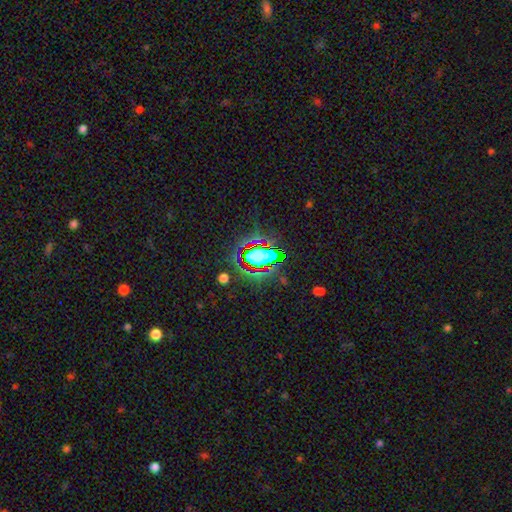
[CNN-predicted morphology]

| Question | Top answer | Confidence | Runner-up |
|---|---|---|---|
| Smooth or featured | star or artifact | 52% | smooth (30%) |